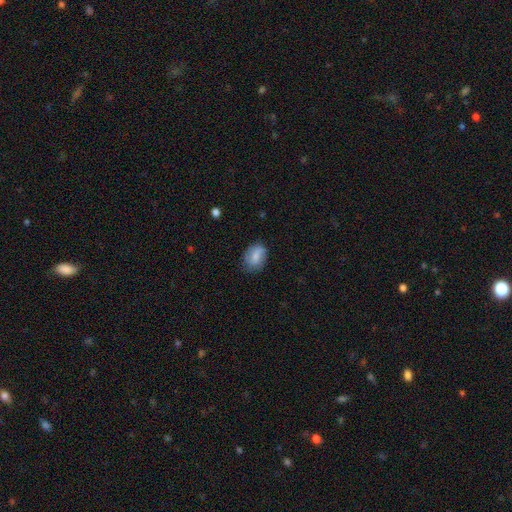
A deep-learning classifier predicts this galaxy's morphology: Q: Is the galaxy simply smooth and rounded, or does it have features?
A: smooth — 78%.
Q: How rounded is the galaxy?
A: in between — 77%.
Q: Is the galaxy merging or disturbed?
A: none — 69%.